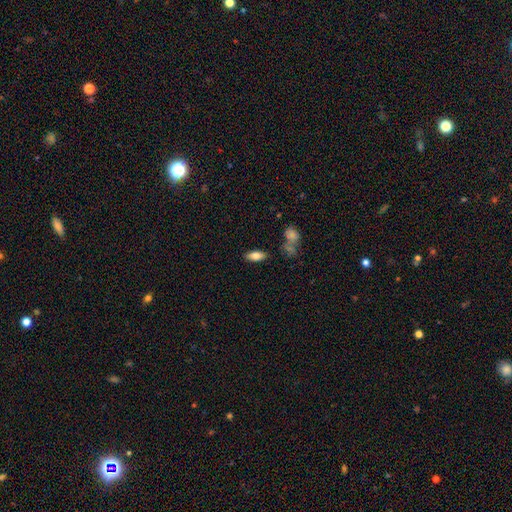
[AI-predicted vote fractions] Smooth or featured: smooth — 77% (featured or disk — 15%)
How rounded: in between — 84% (cigar-shaped — 13%)
Merging: none — 82% (minor disturbance — 11%)